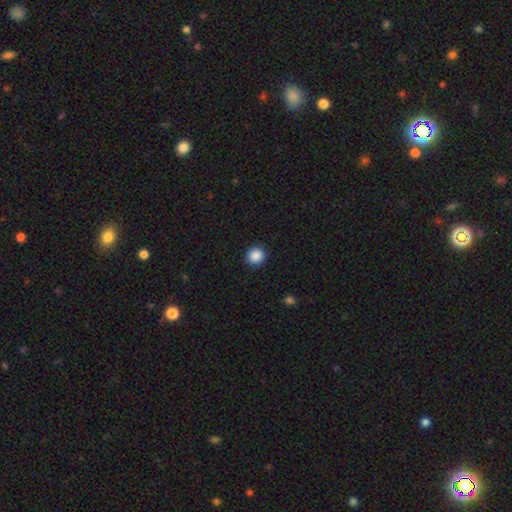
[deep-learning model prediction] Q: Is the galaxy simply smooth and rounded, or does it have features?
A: smooth — 88%.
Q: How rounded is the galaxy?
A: round — 91%.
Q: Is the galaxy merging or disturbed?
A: none — 91%.